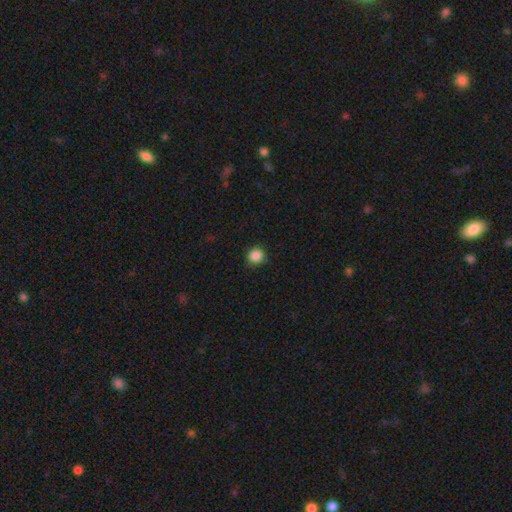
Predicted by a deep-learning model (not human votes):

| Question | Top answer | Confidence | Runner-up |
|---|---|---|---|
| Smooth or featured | smooth | 87% | star or artifact (10%) |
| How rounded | round | 92% | in between (8%) |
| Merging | none | 91% | minor disturbance (6%) |